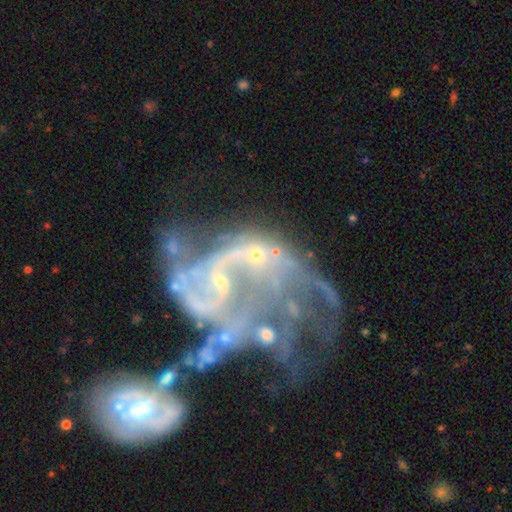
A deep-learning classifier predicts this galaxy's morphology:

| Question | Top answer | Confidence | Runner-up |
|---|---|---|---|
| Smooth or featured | featured or disk | 79% | star or artifact (12%) |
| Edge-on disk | no | 98% | yes (2%) |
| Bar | no | 51% | weak (33%) |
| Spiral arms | yes | 85% | no (15%) |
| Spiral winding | loose | 47% | medium (39%) |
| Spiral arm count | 2 | 51% | can't tell (17%) |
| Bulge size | small | 63% | none (18%) |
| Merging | merger | 44% | major disturbance (28%) |